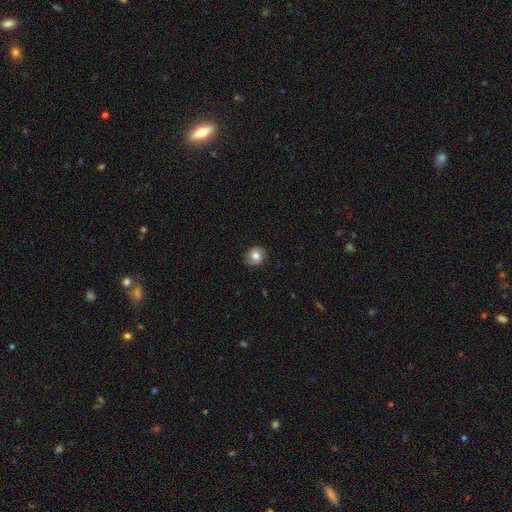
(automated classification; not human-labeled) A smooth galaxy with no disk features (78%) that is round (85%). Merging: none (89%).